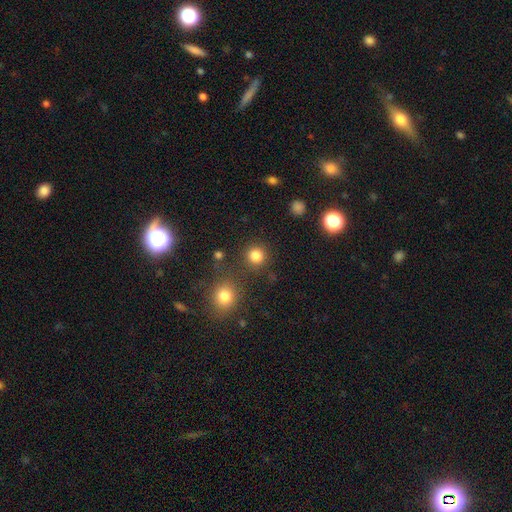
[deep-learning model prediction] Smooth or featured?
  - smooth: 83% *
  - star or artifact: 13%
  - featured or disk: 4%
How rounded?
  - round: 93% *
  - in between: 6%
  - cigar-shaped: 1%
Merging?
  - none: 84% *
  - minor disturbance: 7%
  - merger: 6%
  - major disturbance: 3%